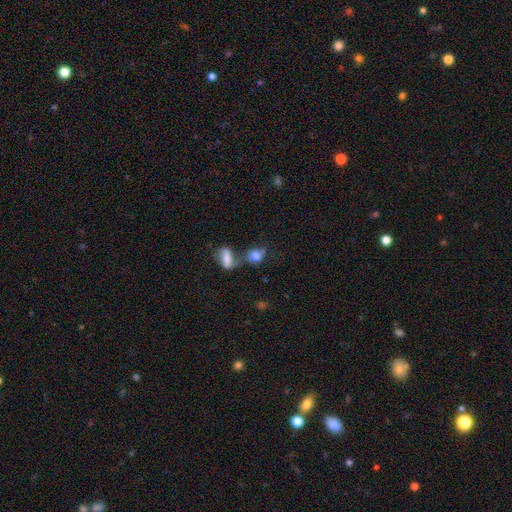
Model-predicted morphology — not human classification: Smooth or featured: smooth — 72% (featured or disk — 17%)
How rounded: in between — 49% (round — 47%)
Merging: merger — 49% (none — 31%)